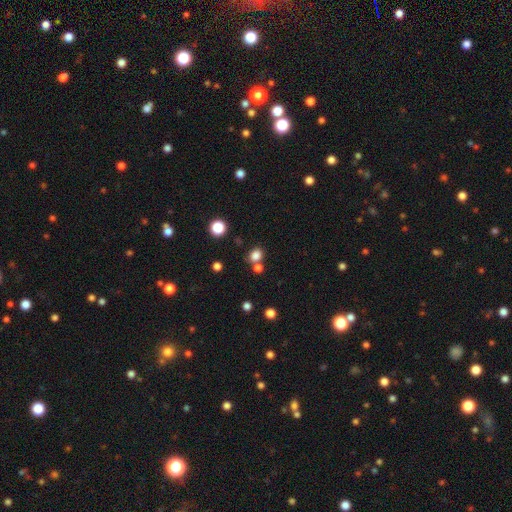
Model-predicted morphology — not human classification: This appears to be a smooth galaxy with no disk features (80%) that is round (63%). Merging: none (65%).